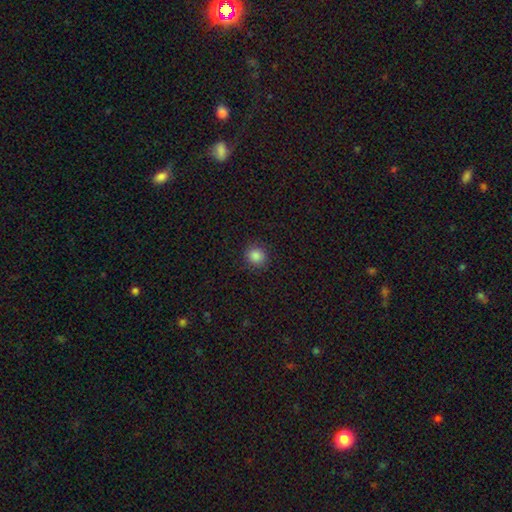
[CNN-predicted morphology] Smooth or featured: smooth — 86% (star or artifact — 11%)
How rounded: round — 88% (in between — 11%)
Merging: none — 89% (minor disturbance — 7%)